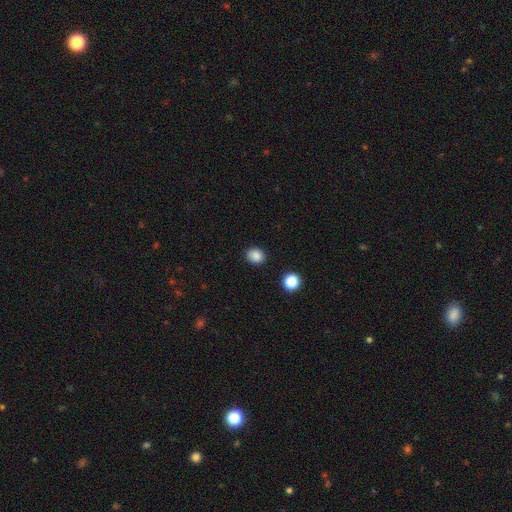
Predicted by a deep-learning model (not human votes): The model was most divided on "how rounded": round: 56%, in between: 43%, cigar-shaped: 1%. More confident: merging — none (88%); smooth or featured — smooth (86%).